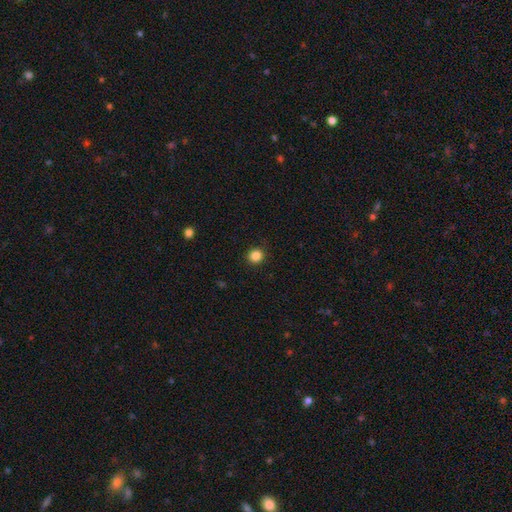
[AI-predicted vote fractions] Smooth or featured? Predicted: smooth (p=0.86). How rounded? Predicted: round (p=0.89). Merging? Predicted: none (p=0.91).